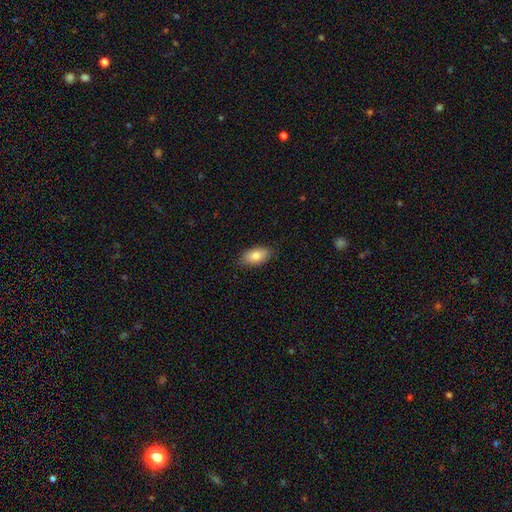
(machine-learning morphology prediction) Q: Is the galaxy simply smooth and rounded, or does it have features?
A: smooth — 84%.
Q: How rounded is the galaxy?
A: in between — 92%.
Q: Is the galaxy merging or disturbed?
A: none — 86%.